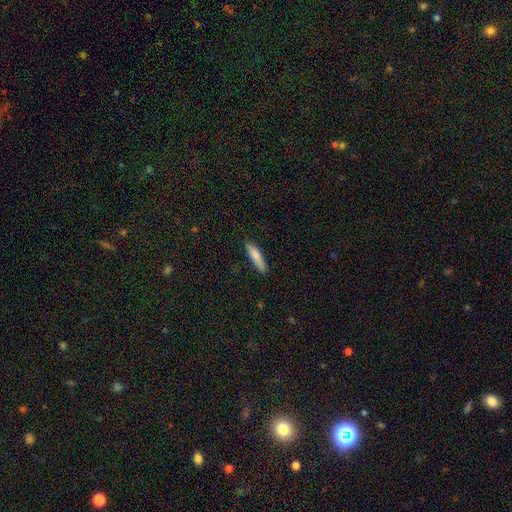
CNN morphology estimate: Smooth or featured? smooth (81%)
How rounded? cigar-shaped (79%)
Merging? none (87%)